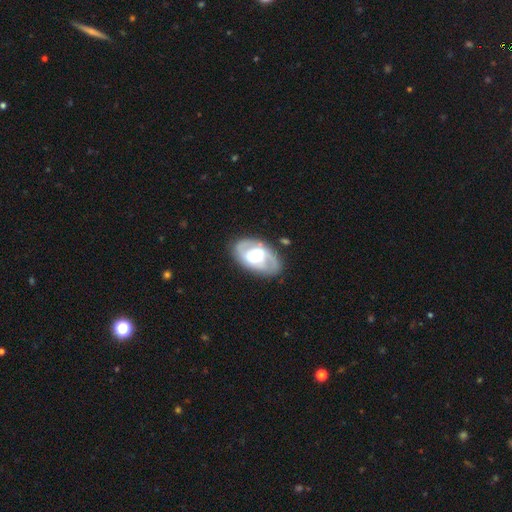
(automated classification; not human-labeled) This appears to be a featured or disk galaxy (76%) with a weak bar (45%), 2 (76%) medium (46%) spiral arms (86%) and a moderate central bulge (60%). Merging: none (81%).